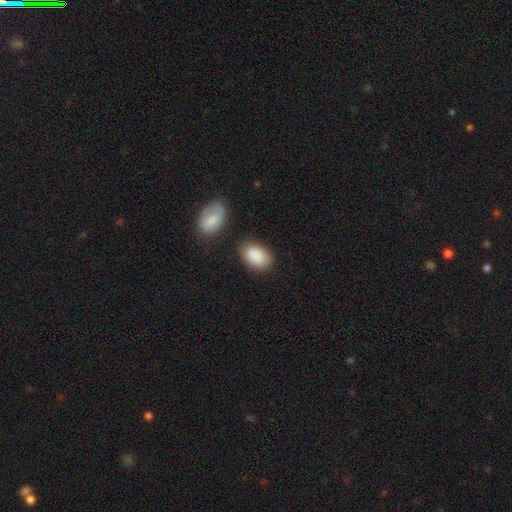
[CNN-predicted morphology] type=smooth (88%); roundness=in between (89%); merging=none (70%).